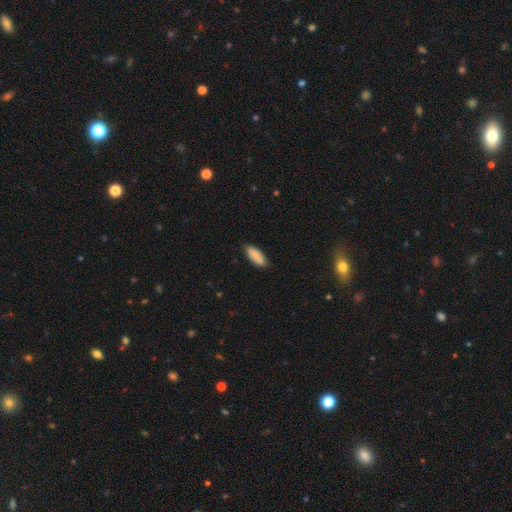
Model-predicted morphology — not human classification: This is clearly a smooth galaxy (89%). How rounded: likely in between (76%). Merging: clearly none (84%).